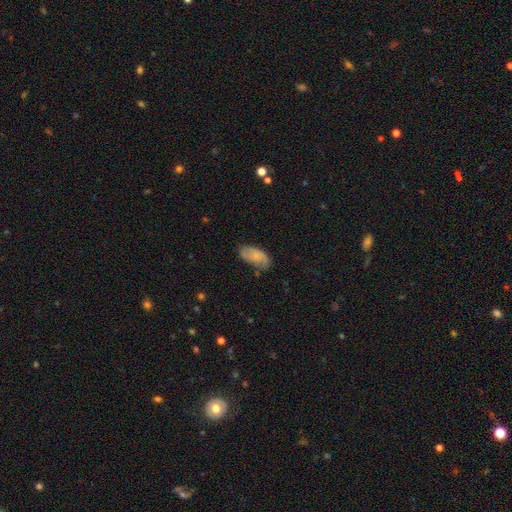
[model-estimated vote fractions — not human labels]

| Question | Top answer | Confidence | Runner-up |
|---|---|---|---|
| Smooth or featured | smooth | 63% | featured or disk (29%) |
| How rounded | in between | 93% | cigar-shaped (5%) |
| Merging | none | 59% | minor disturbance (29%) |